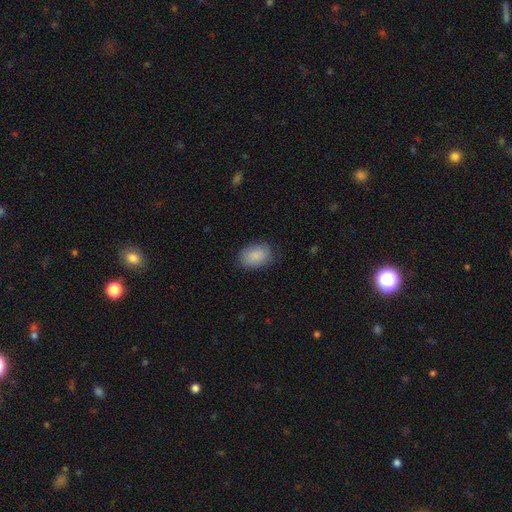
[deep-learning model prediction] This is clearly a smooth galaxy (88%). How rounded: clearly in between (83%). Merging: likely none (80%).